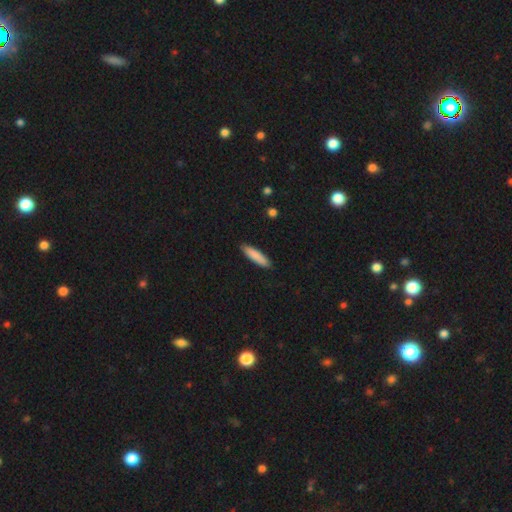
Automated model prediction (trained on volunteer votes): A smooth galaxy with no disk features (86%) that is cigar-shaped (77%).

Vote fractions:
- Smooth or featured? smooth: 86% / featured or disk: 8% / star or artifact: 6%
- How rounded? cigar-shaped: 77% / in between: 22% / round: 1%
- Merging? none: 89% / minor disturbance: 8% / major disturbance: 2% / merger: 1%